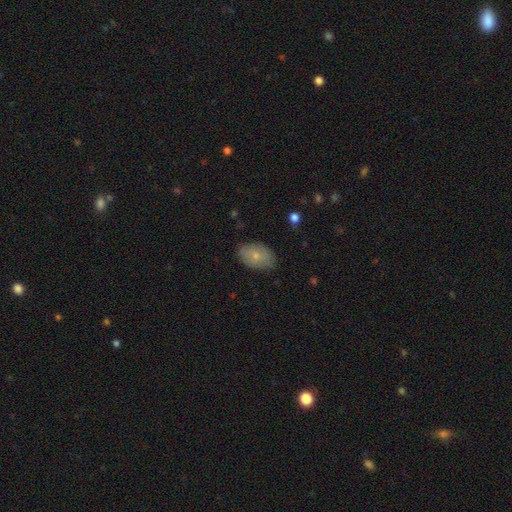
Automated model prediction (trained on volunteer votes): Morphology: type=smooth (75%); roundness=in between (88%); merging=none (81%).